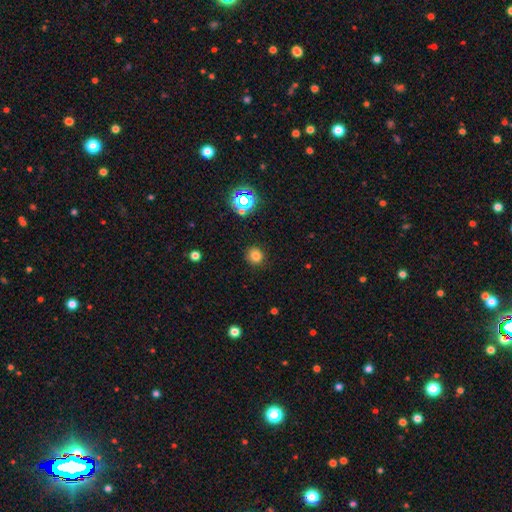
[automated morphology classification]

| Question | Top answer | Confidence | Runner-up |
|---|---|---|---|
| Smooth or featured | smooth | 77% | star or artifact (17%) |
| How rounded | round | 91% | in between (8%) |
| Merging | none | 89% | minor disturbance (7%) |